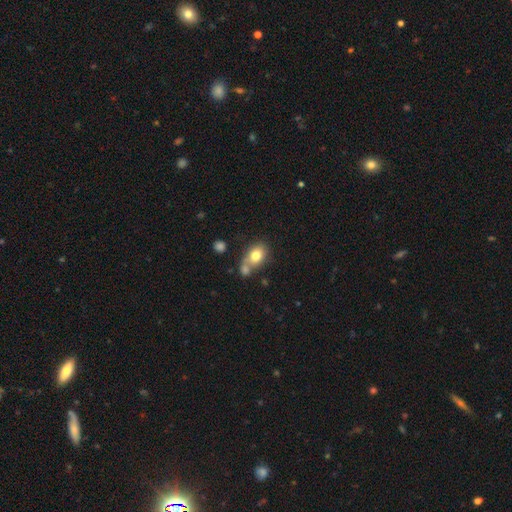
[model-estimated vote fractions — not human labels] Smooth or featured? Predicted: smooth (p=0.78). How rounded? Predicted: in between (p=0.69). Merging? Predicted: none (p=0.42).